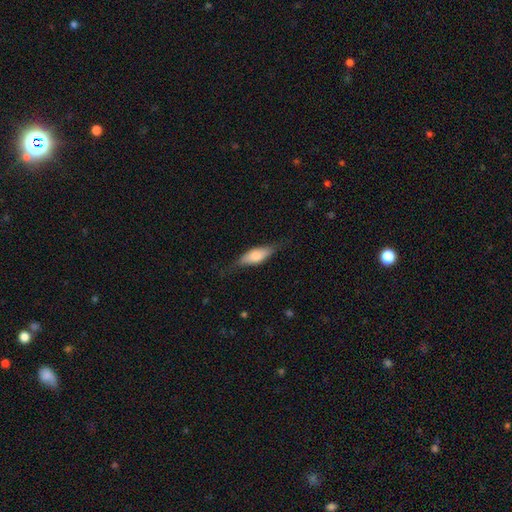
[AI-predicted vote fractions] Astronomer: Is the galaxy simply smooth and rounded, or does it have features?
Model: smooth — 59%.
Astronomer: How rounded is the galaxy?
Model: in between — 66%.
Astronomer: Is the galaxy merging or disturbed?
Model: none — 71%.